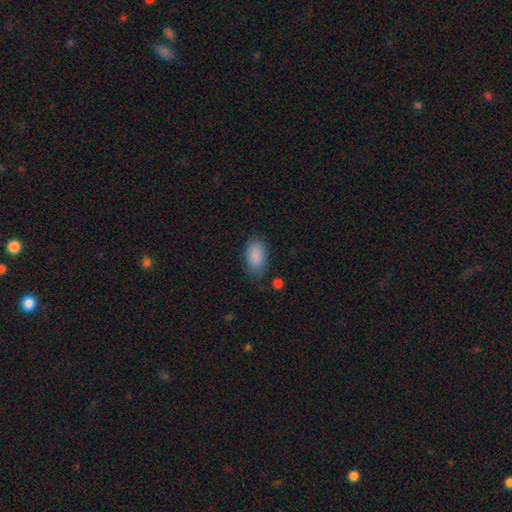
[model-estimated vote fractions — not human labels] A smooth galaxy with no disk features (88%) that is in between round and cigar-shaped (92%). Merging: none (76%).